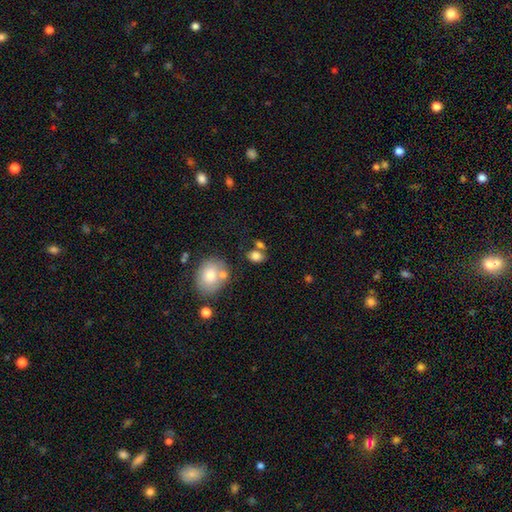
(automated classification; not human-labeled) Smooth or featured?
  - smooth: 80% *
  - star or artifact: 10%
  - featured or disk: 10%
How rounded?
  - in between: 74% *
  - round: 25%
  - cigar-shaped: 2%
Merging?
  - none: 55% *
  - merger: 25%
  - minor disturbance: 14%
  - major disturbance: 6%